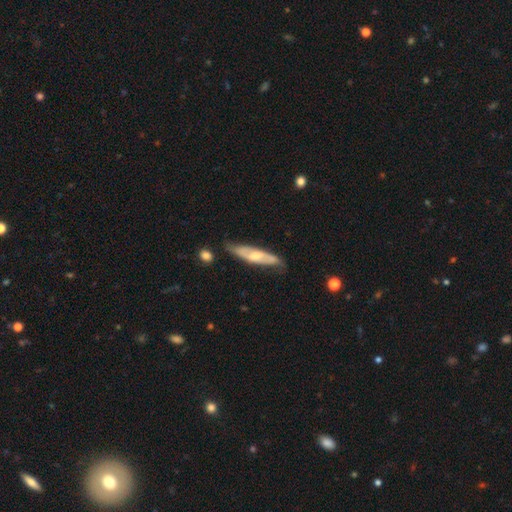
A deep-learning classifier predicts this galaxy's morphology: Q: Smooth or featured?
A: featured or disk (55%); runner-up: smooth (39%)
Q: Edge-on disk?
A: no (50%); tied with: yes (50%)
Q: Merging?
A: none (68%); runner-up: minor disturbance (24%)